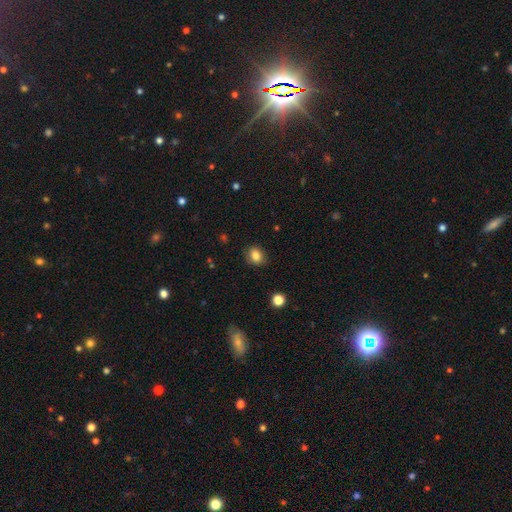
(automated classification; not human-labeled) The model was most divided on "how rounded": round: 53%, in between: 46%, cigar-shaped: 1%. More confident: merging — none (85%); smooth or featured — smooth (84%).